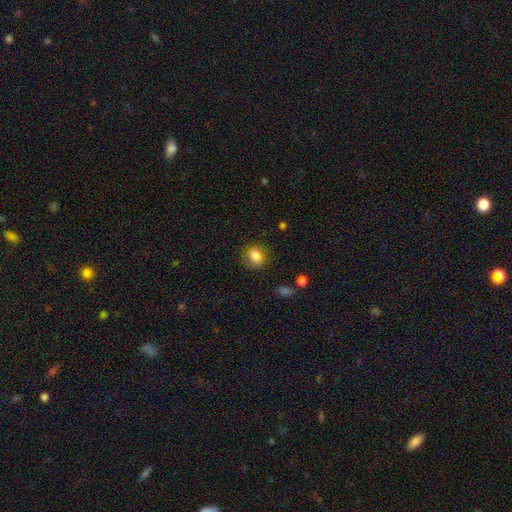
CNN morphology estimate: smooth 82%, star or artifact 10%, featured or disk 8%. Down the decision tree: how rounded — in between (52%); merging — none (69%).